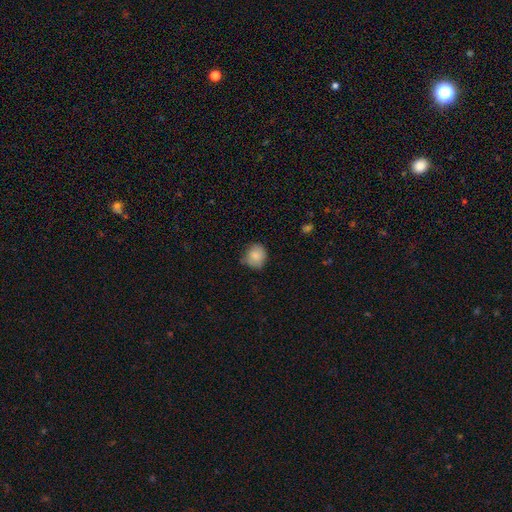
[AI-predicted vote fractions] A smooth galaxy with no disk features (82%) that is round (76%). Merging: none (67%).